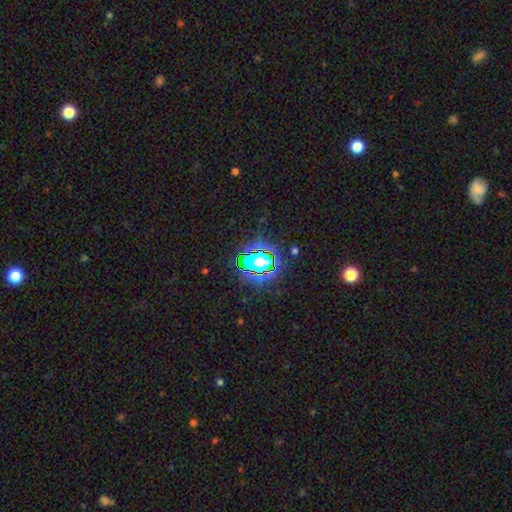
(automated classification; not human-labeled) Smooth or featured?
  - star or artifact: 81% *
  - smooth: 12%
  - featured or disk: 7%